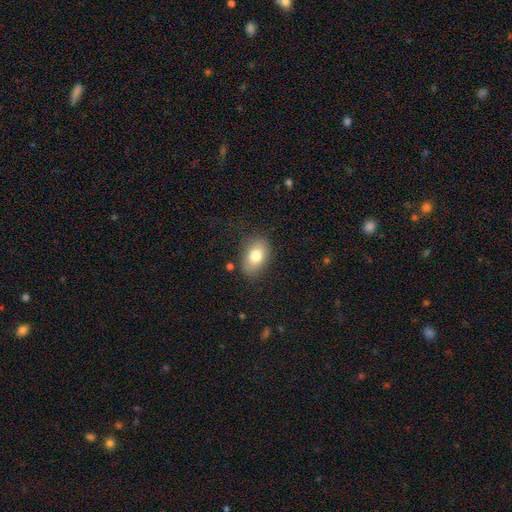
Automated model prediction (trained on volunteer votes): Morphology: type=smooth (77%); roundness=in between (85%); merging=none (79%).